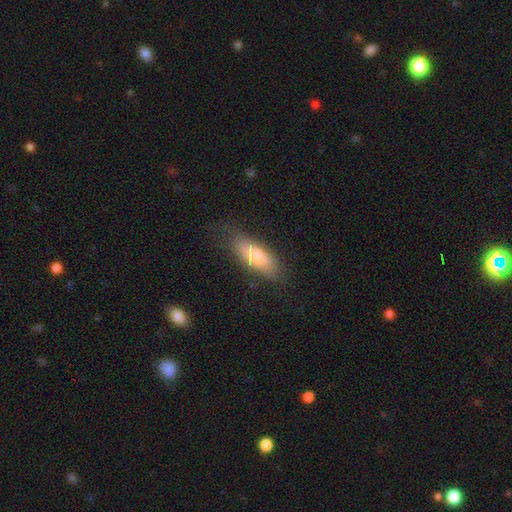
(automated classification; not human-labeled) Smooth or featured? Predicted: smooth (p=0.78). How rounded? Predicted: in between (p=0.68). Merging? Predicted: none (p=0.72).